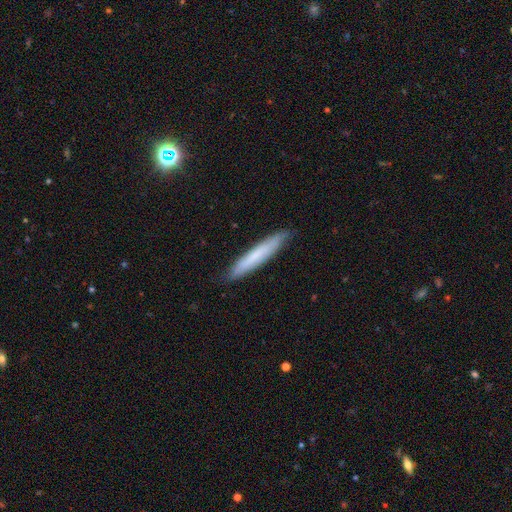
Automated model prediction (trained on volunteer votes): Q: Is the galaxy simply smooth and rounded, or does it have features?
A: smooth — 68%.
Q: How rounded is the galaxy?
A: cigar-shaped — 94%.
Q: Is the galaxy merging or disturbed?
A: none — 87%.